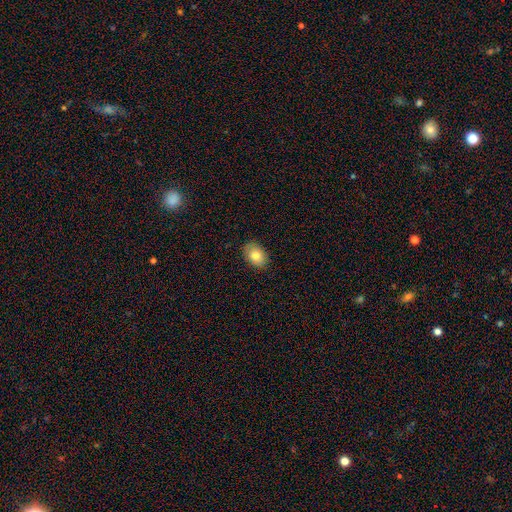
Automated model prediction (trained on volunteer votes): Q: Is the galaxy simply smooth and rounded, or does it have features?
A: smooth — 81%.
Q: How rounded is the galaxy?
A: in between — 79%.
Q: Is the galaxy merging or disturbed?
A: none — 87%.